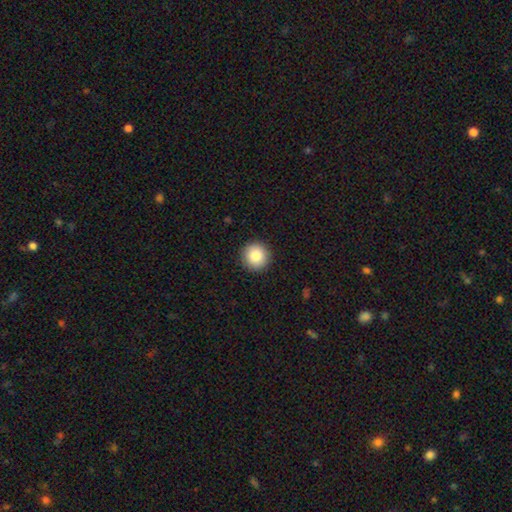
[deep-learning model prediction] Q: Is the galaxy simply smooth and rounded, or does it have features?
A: smooth — 86%.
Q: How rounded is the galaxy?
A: round — 96%.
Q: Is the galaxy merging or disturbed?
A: none — 92%.